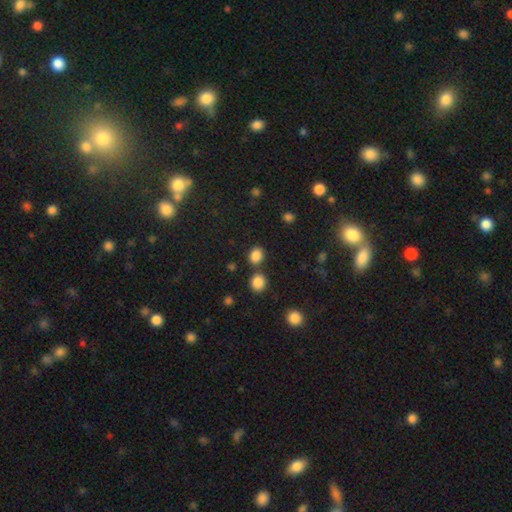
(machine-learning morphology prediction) This appears to be a smooth galaxy with no disk features (84%) that is round (56%). Merging: none (72%).